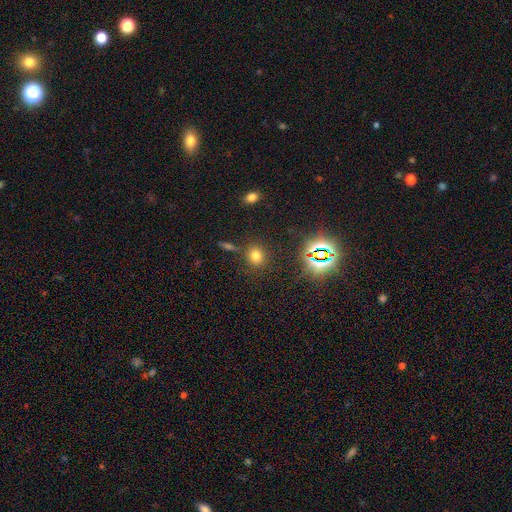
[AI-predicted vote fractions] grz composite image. It shows a smooth galaxy with no disk features (69%) that is round (76%). Merging: none (82%).